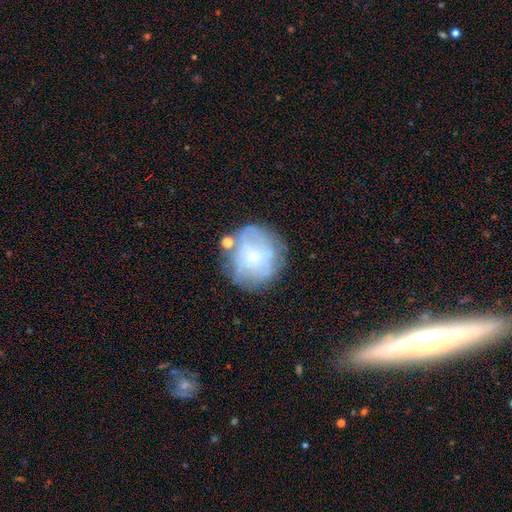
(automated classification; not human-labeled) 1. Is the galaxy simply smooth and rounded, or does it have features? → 46% smooth, 44% featured or disk, 11% star or artifact.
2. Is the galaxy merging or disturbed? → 66% none, 19% minor disturbance, 8% major disturbance, 6% merger.